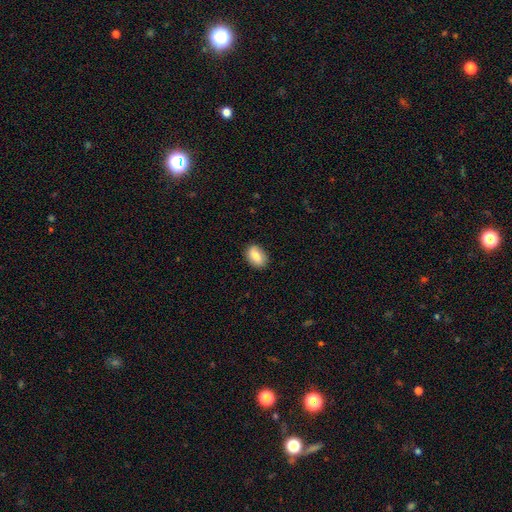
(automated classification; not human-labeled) A smooth galaxy with no disk features (78%) that is in between round and cigar-shaped (82%). Merging: none (84%).